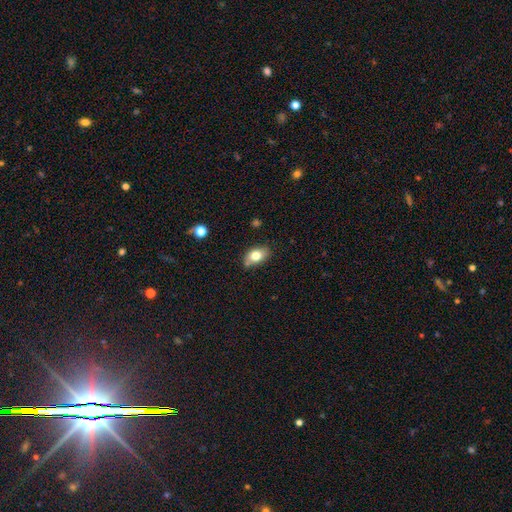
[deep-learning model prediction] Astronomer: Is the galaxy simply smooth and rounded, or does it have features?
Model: smooth — 78%.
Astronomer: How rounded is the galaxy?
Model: in between — 84%.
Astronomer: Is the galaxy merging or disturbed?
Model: none — 72%.